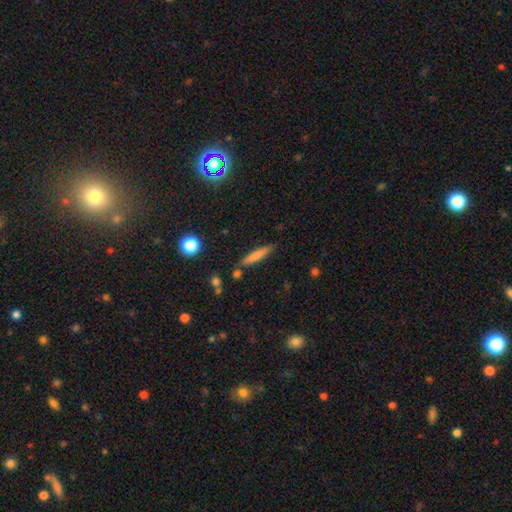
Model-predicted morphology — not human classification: Overall: smooth (74%). How rounded: cigar-shaped (89%). Merging: none (82%).